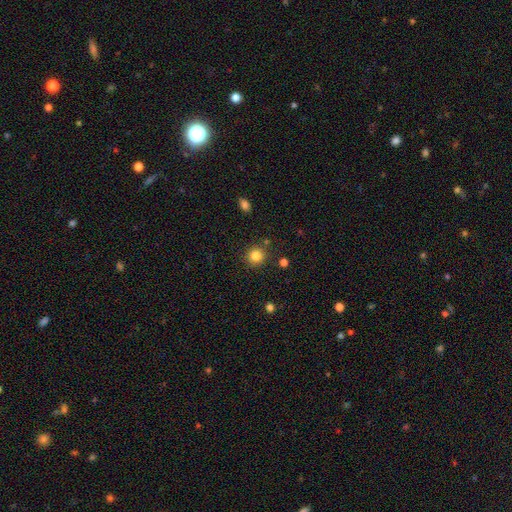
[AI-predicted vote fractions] Smooth or featured? Predicted: smooth (p=0.83). How rounded? Predicted: round (p=0.92). Merging? Predicted: none (p=0.87).